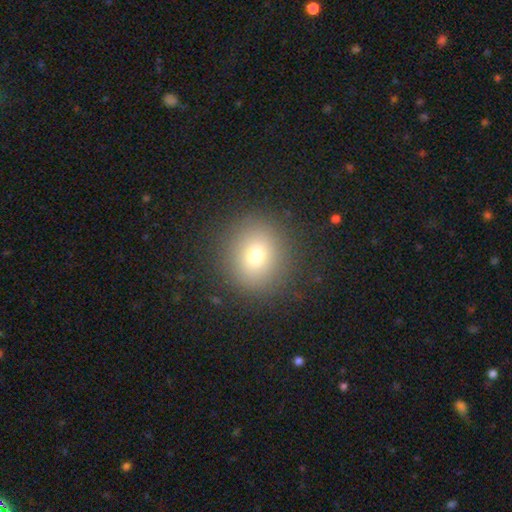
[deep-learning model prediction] Q: Smooth or featured?
A: smooth (73%); runner-up: star or artifact (15%)
Q: How rounded?
A: round (87%); runner-up: in between (12%)
Q: Merging?
A: none (89%); runner-up: minor disturbance (7%)